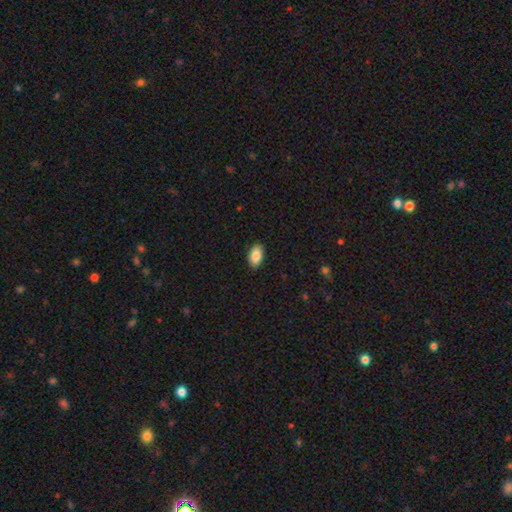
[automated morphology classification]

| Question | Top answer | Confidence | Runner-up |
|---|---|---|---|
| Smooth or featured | smooth | 88% | star or artifact (7%) |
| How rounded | in between | 94% | round (4%) |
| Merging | none | 89% | minor disturbance (8%) |